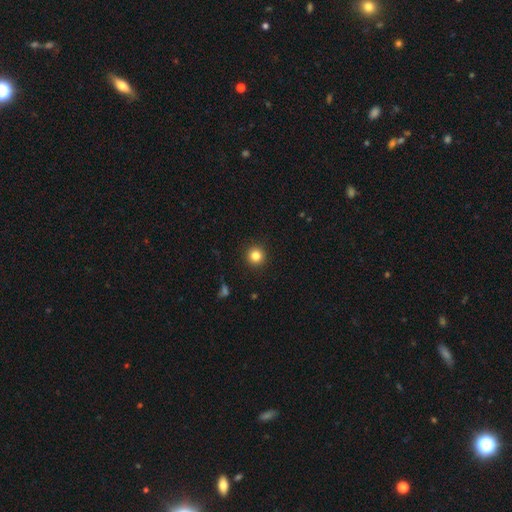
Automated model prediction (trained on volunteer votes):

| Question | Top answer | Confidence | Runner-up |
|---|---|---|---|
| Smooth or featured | smooth | 83% | star or artifact (12%) |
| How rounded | round | 95% | in between (4%) |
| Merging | none | 93% | minor disturbance (5%) |